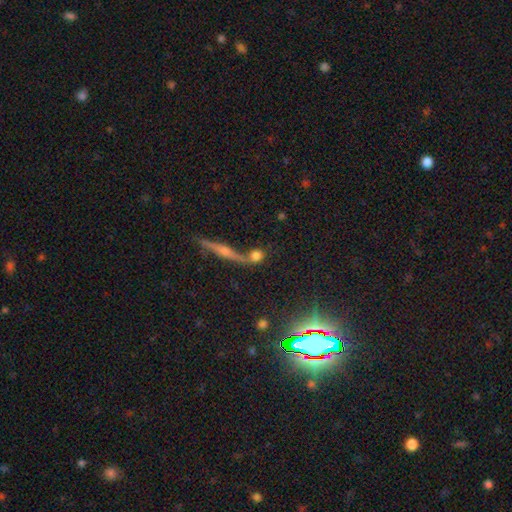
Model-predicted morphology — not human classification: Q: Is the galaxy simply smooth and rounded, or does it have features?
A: smooth — 67%.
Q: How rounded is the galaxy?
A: round — 72%.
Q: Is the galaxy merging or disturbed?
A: none — 50%.